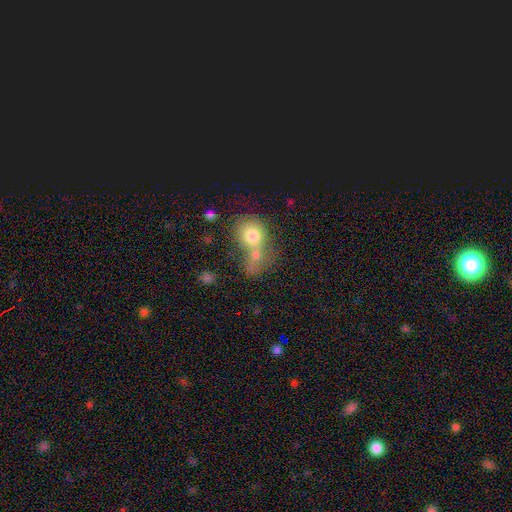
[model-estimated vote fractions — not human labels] Overall: smooth (73%). How rounded: round (63%; in between 35%). Merging: merger (69%).